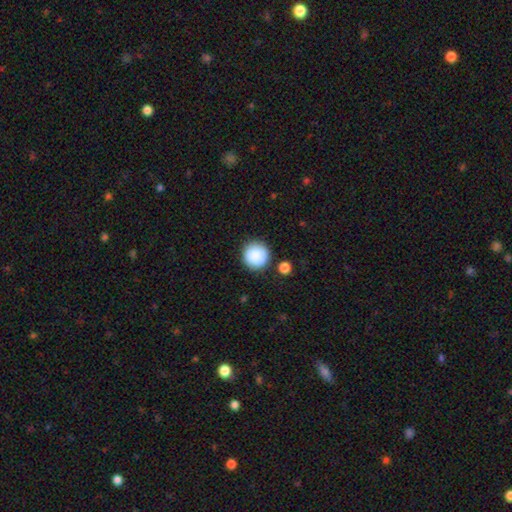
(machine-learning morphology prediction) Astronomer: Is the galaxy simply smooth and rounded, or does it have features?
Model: smooth — 88%.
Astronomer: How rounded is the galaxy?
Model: round — 95%.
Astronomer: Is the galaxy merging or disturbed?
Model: none — 87%.